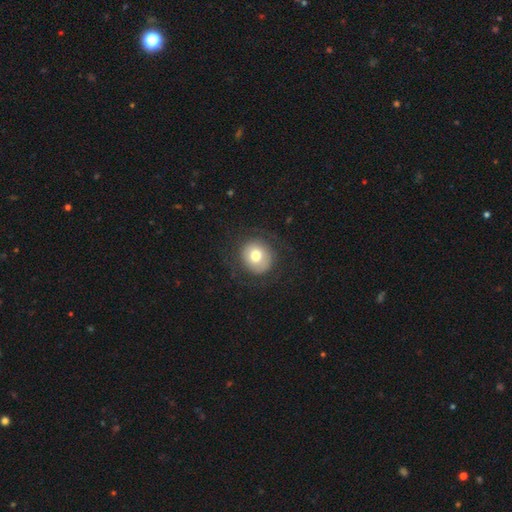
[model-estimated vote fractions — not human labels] Smooth or featured: smooth — 70% (featured or disk — 21%)
How rounded: round — 88% (in between — 11%)
Merging: none — 81% (minor disturbance — 10%)